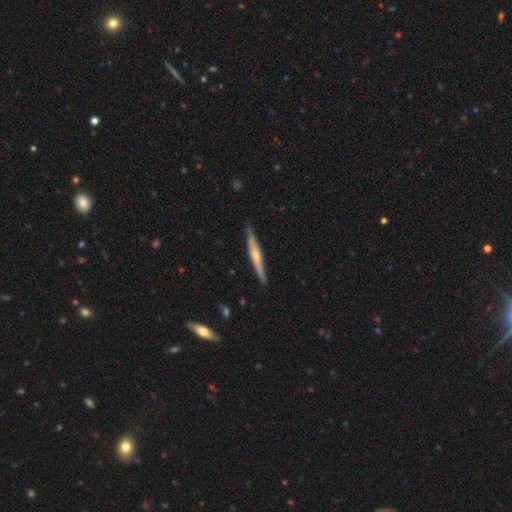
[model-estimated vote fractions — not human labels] Q: Smooth or featured?
A: featured or disk (63%); runner-up: smooth (32%)
Q: Edge-on disk?
A: yes (96%); runner-up: no (4%)
Q: Edge-on bulge?
A: rounded (75%); runner-up: none (18%)
Q: Merging?
A: none (87%); runner-up: minor disturbance (10%)